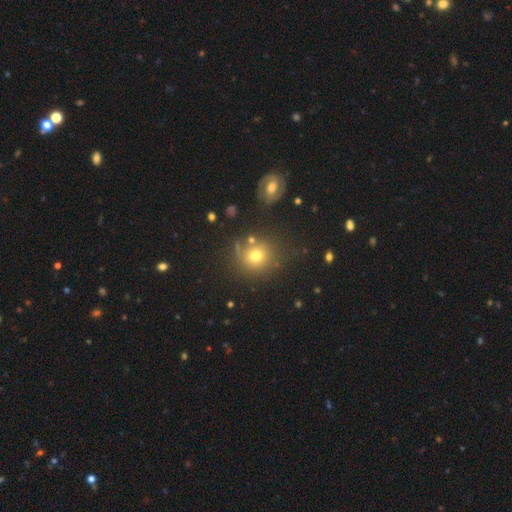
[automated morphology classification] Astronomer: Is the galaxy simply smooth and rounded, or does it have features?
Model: smooth — 71%.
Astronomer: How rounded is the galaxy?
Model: round — 89%.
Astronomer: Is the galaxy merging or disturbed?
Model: none — 76%.